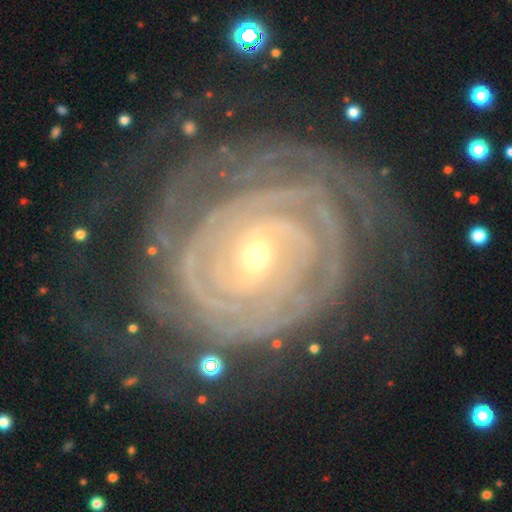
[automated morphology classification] Overall: featured or disk (90%). Edge-on disk: no (97%). Bar: no (38%, tied with weak). Spiral arms: yes (97%). Spiral arm count: can't tell (29%; 2 23%). Spiral winding: tight (86%). Bulge size: small (65%; moderate 32%). Merging: none (69%).